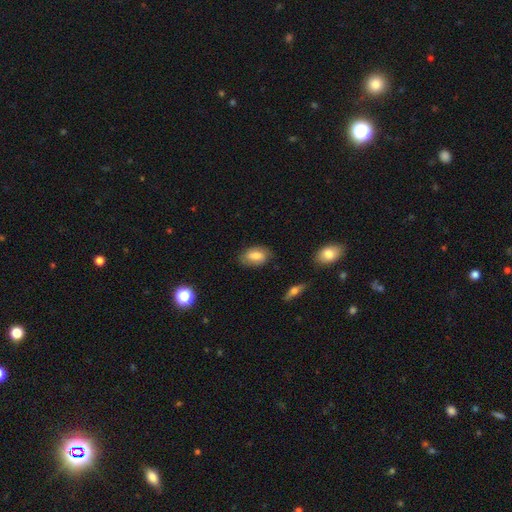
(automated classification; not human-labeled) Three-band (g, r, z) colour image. It shows a smooth galaxy with no disk features (68%) that is in between round and cigar-shaped (89%). Merging: none (78%).